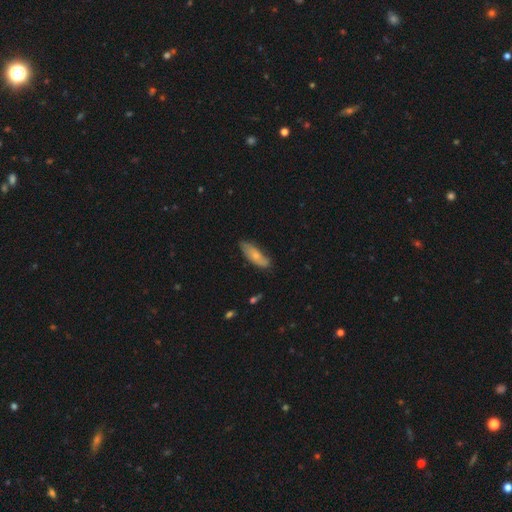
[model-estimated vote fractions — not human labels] The model was most divided on "how rounded": in between: 64%, cigar-shaped: 34%, round: 2%. More confident: merging — none (69%); smooth or featured — smooth (62%).